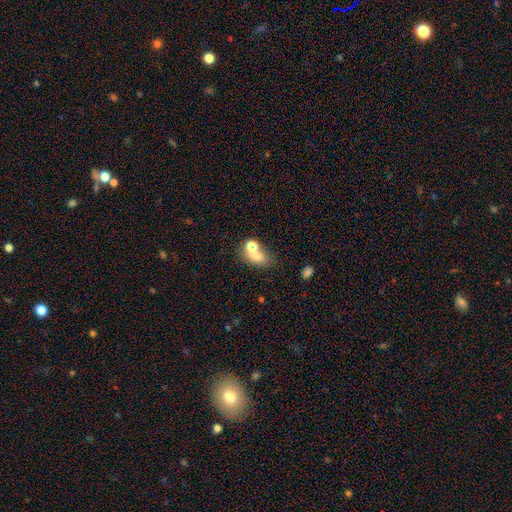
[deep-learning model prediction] Smooth or featured: smooth — 66% (star or artifact — 19%)
How rounded: in between — 71% (round — 26%)
Merging: none — 49% (merger — 33%)